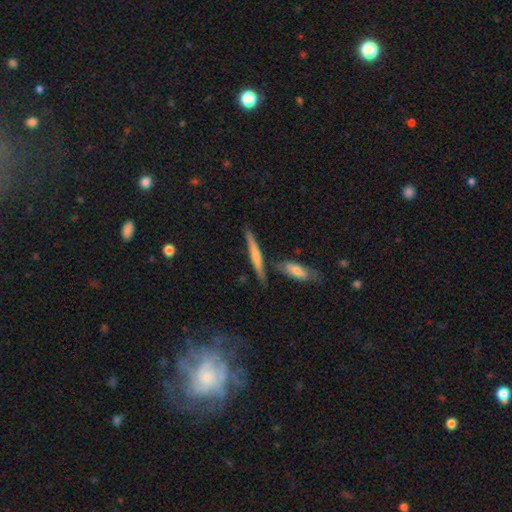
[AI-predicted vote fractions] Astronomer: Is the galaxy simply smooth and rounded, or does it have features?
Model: featured or disk — 48% (runner-up: smooth, 46%).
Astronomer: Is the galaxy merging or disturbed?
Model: none — 71%.